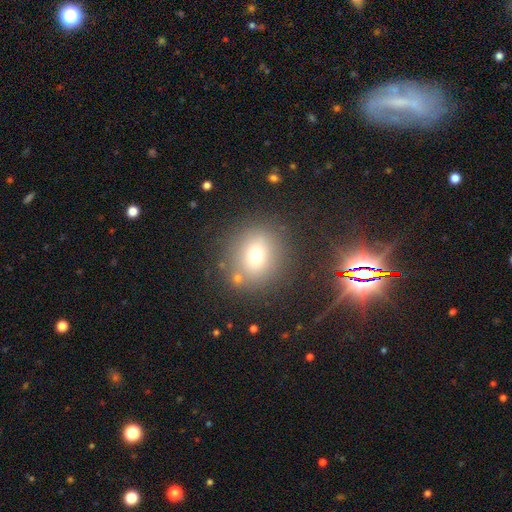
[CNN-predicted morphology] Smooth or featured? Predicted: smooth (p=0.66). How rounded? Predicted: round (p=0.78). Merging? Predicted: none (p=0.81).